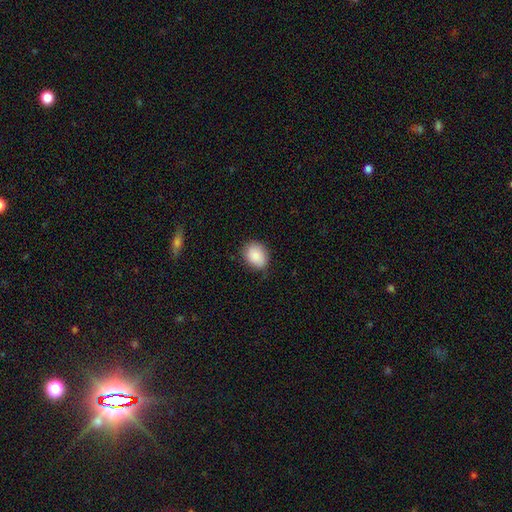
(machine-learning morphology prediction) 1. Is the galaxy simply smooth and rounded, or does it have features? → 85% smooth, 7% star or artifact, 7% featured or disk.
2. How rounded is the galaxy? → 56% in between, 43% round, 1% cigar-shaped.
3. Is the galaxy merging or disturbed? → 77% none, 19% minor disturbance, 3% major disturbance, 1% merger.